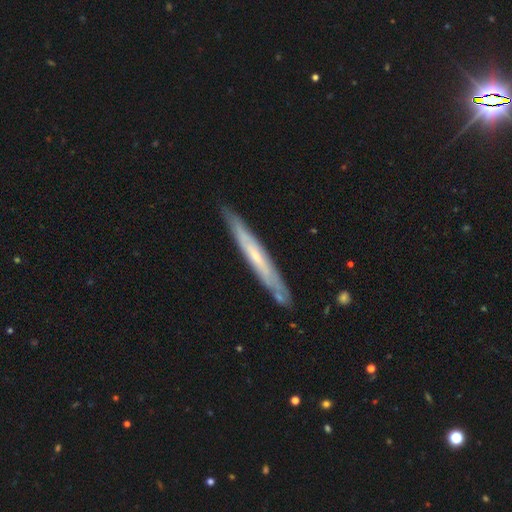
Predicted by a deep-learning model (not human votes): smooth-or-featured: featured or disk: 63% | smooth: 32% | star or artifact: 5%
  disk-edge-on: yes: 81% | no: 19%
    edge-on-bulge: none: 63% | rounded: 32% | boxy: 4%
  merging: none: 84% | minor disturbance: 12% | merger: 2% | major disturbance: 2%